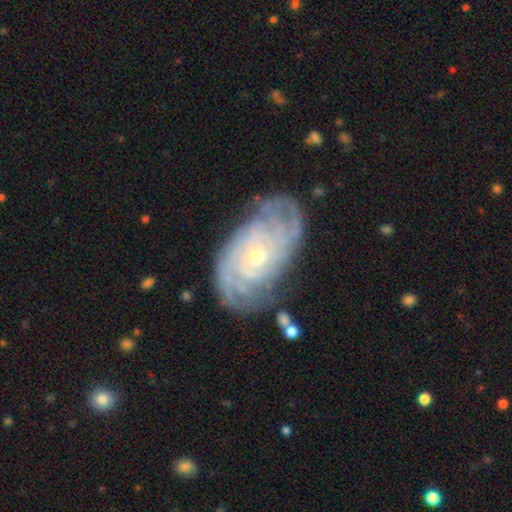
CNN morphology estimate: The model was most divided on "spiral arm count": can't tell: 34%, 4: 18%, 2: 16%, 3: 15%, more than 4: 11%, 1: 6%. More confident: spiral arms — yes (97%); edge-on disk — no (96%); smooth or featured — featured or disk (87%); spiral winding — tight (78%); bar — no (75%); merging — none (72%); bulge size — small (67%).